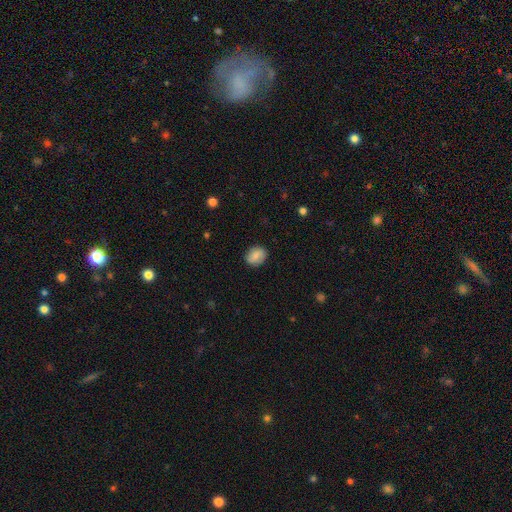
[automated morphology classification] Smooth or featured: smooth — 75% (featured or disk — 17%)
How rounded: in between — 52% (round — 47%)
Merging: none — 84% (minor disturbance — 12%)